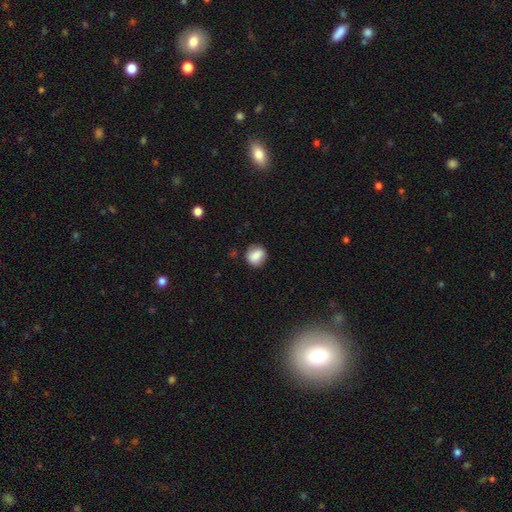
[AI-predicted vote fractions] Smooth or featured: smooth — 80% (featured or disk — 12%)
How rounded: round — 69% (in between — 30%)
Merging: none — 79% (minor disturbance — 15%)